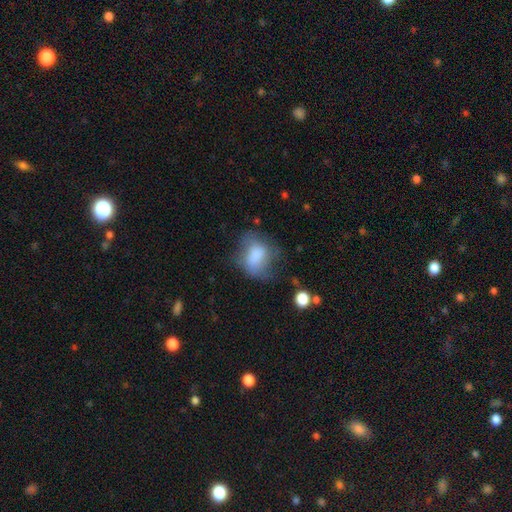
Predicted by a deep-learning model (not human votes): This is likely a smooth galaxy (69%). How rounded: likely in between (62%). Merging: marginally none (39%).